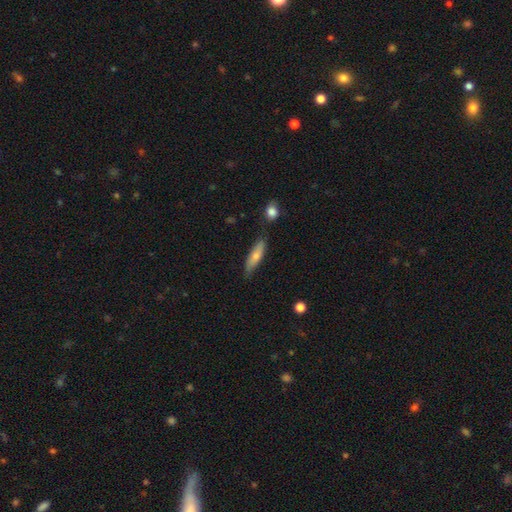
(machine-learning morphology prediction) The model was most divided on "how rounded": cigar-shaped: 62%, in between: 36%, round: 2%. More confident: smooth or featured — smooth (71%); merging — none (71%).